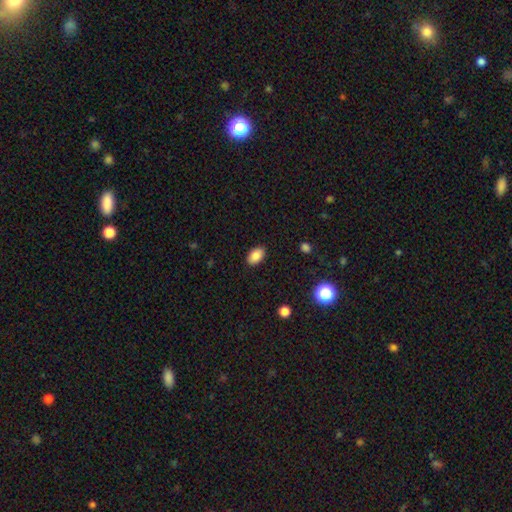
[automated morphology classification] smooth 85%, star or artifact 8%, featured or disk 6%. Down the decision tree: how rounded — in between (90%); merging — none (89%).